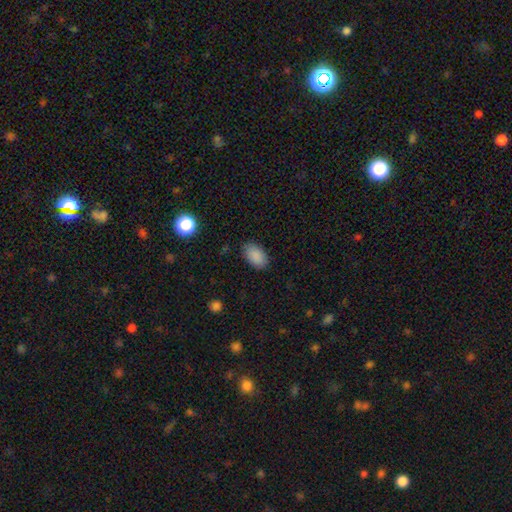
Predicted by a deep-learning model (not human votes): A smooth galaxy with no disk features (89%) that is in between round and cigar-shaped (93%).

Vote fractions:
- Smooth or featured? smooth: 89% / star or artifact: 8% / featured or disk: 4%
- How rounded? in between: 93% / round: 6% / cigar-shaped: 1%
- Merging? none: 85% / minor disturbance: 11% / major disturbance: 3% / merger: 1%